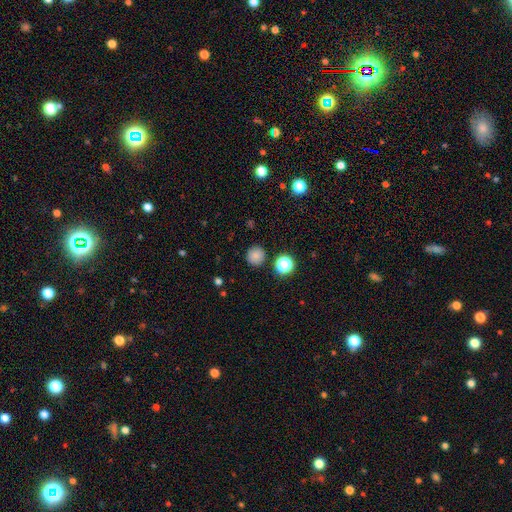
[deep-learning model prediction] Smooth or featured? Predicted: smooth (p=0.83). How rounded? Predicted: round (p=0.94). Merging? Predicted: none (p=0.88).